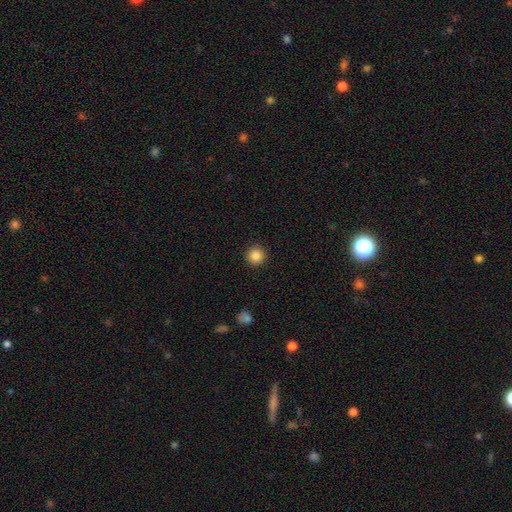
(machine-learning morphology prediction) smooth_or_featured: smooth (p=0.86) [alt: star or artifact p=0.10]
how_rounded: round (p=0.95) [alt: in between p=0.04]
merging: none (p=0.92) [alt: minor disturbance p=0.05]